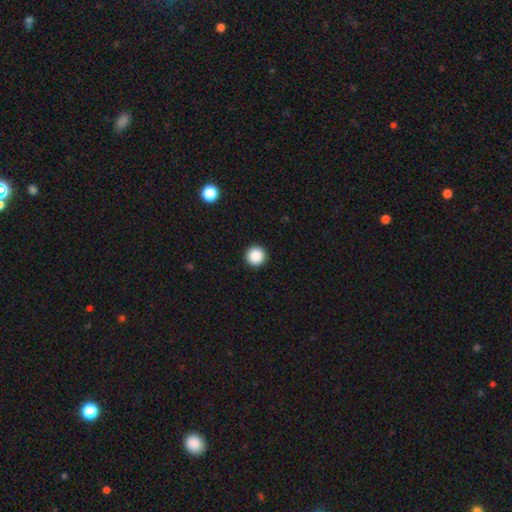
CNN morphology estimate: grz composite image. It shows a smooth galaxy with no disk features (87%) that is round (97%). Merging: none (94%).